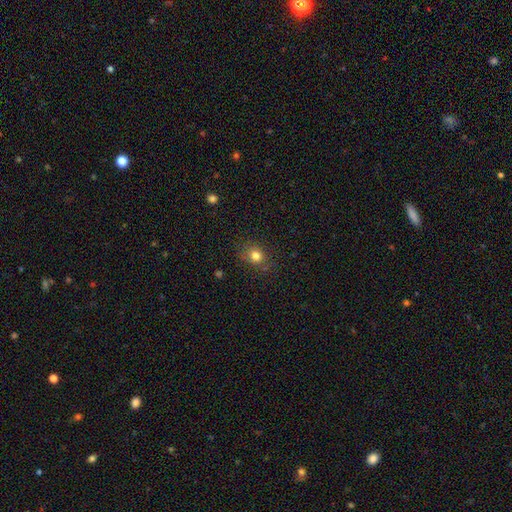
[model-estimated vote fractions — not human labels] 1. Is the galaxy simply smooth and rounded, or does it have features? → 79% smooth, 13% star or artifact, 7% featured or disk.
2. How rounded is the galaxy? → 72% round, 27% in between, 1% cigar-shaped.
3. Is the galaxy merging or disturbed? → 80% none, 14% minor disturbance, 4% major disturbance, 2% merger.